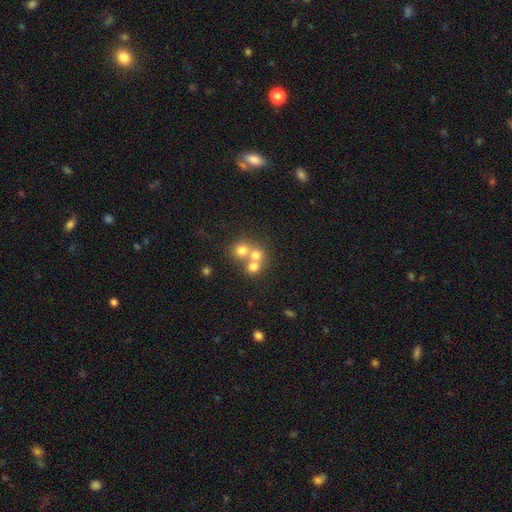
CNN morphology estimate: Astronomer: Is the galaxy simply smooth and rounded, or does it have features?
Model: smooth — 66%.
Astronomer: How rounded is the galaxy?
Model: round — 83%.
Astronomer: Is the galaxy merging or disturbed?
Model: merger — 56% (runner-up: none, 35%).